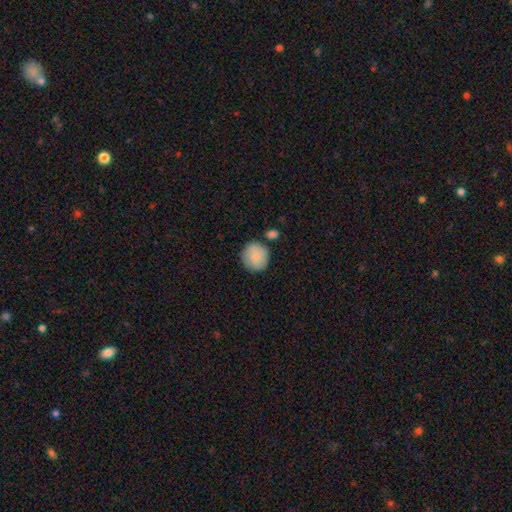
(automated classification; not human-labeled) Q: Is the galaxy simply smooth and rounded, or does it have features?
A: smooth — 87%.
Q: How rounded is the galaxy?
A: round — 91%.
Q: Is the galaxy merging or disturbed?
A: none — 78%.